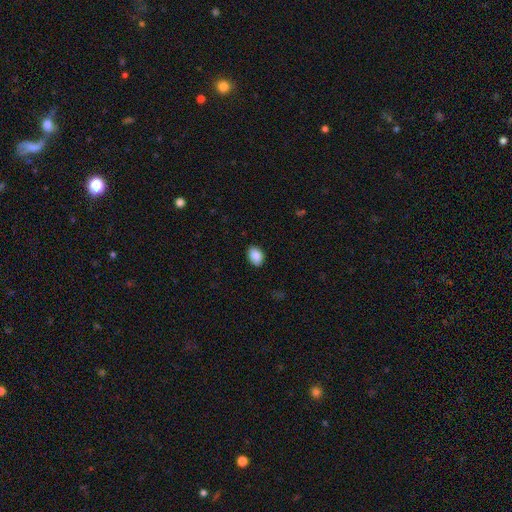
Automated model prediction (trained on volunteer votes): Smooth or featured? smooth (89%)
How rounded? in between (82%)
Merging? none (87%)